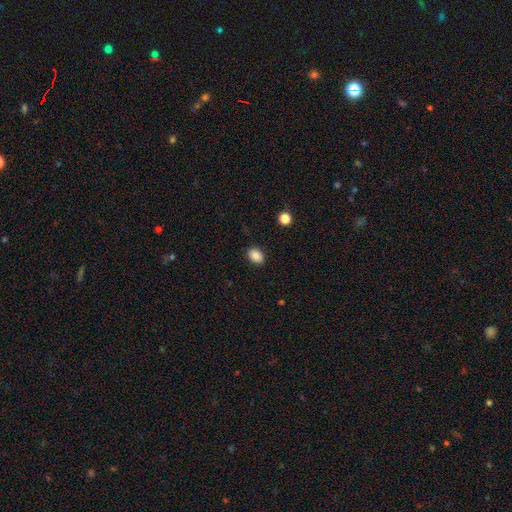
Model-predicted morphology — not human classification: Smooth or featured: smooth — 87% (star or artifact — 9%)
How rounded: in between — 78% (round — 20%)
Merging: none — 89% (minor disturbance — 8%)